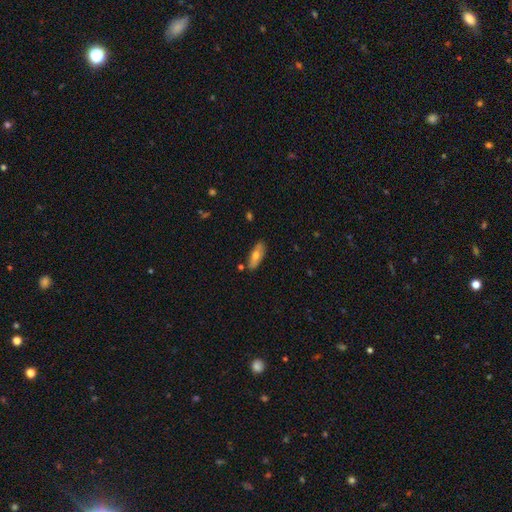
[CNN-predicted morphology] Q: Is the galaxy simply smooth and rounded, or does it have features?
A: smooth — 60%.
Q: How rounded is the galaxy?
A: in between — 64%.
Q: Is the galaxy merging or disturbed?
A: none — 81%.